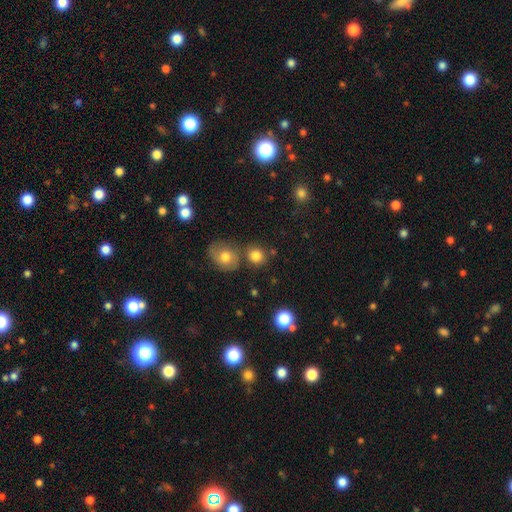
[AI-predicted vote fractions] Smooth or featured? Predicted: smooth (p=0.82). How rounded? Predicted: round (p=0.84). Merging? Predicted: none (p=0.69).